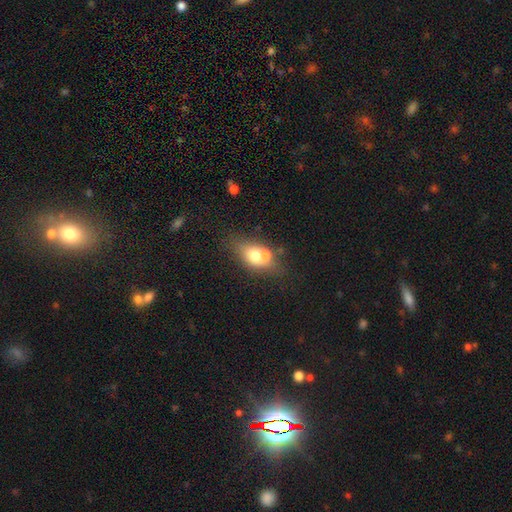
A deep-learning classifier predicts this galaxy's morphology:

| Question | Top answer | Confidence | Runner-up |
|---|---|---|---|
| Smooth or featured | smooth | 63% | featured or disk (26%) |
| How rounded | in between | 66% | round (30%) |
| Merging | merger | 43% | none (41%) |